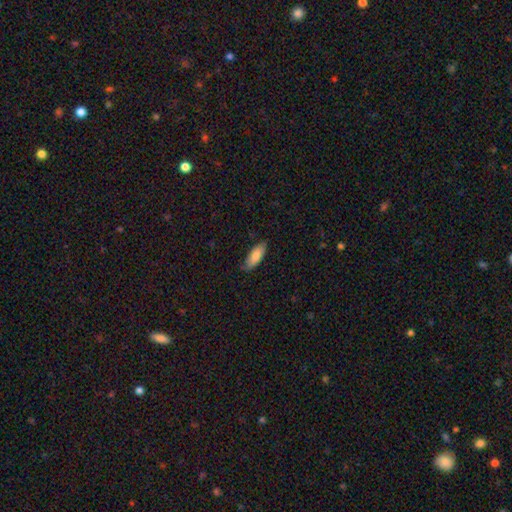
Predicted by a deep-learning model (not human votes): Q: Smooth or featured?
A: smooth (79%); runner-up: featured or disk (15%)
Q: How rounded?
A: in between (74%); runner-up: cigar-shaped (24%)
Q: Merging?
A: none (76%); runner-up: minor disturbance (20%)